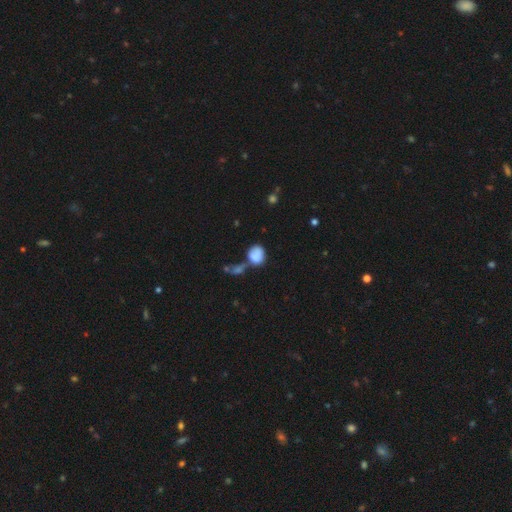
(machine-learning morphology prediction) This appears to be a smooth galaxy with no disk features (79%) that is round (54%). Merging: merger (38%).